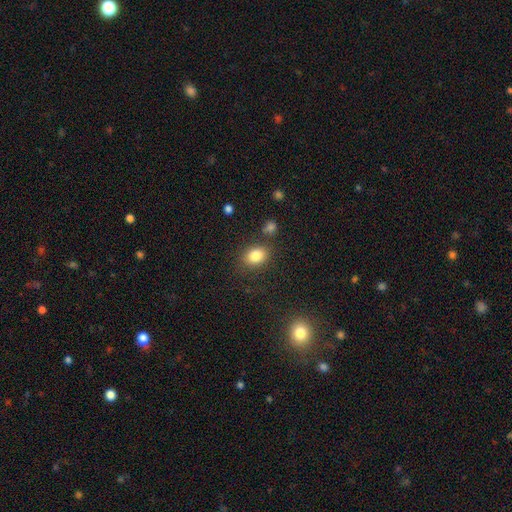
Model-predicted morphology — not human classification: Smooth or featured? Predicted: smooth (p=0.83). How rounded? Predicted: in between (p=0.63). Merging? Predicted: none (p=0.78).